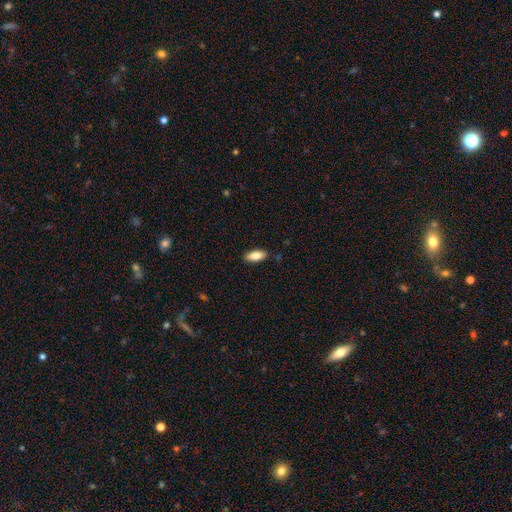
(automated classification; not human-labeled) smooth 85%, featured or disk 9%, star or artifact 6%. Down the decision tree: how rounded — in between (82%); merging — none (87%).